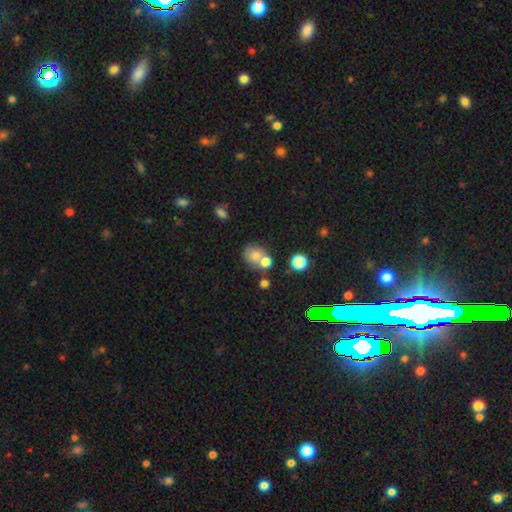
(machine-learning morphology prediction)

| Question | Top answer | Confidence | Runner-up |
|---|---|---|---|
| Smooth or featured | smooth | 70% | featured or disk (17%) |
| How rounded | round | 68% | in between (31%) |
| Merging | merger | 43% | none (40%) |